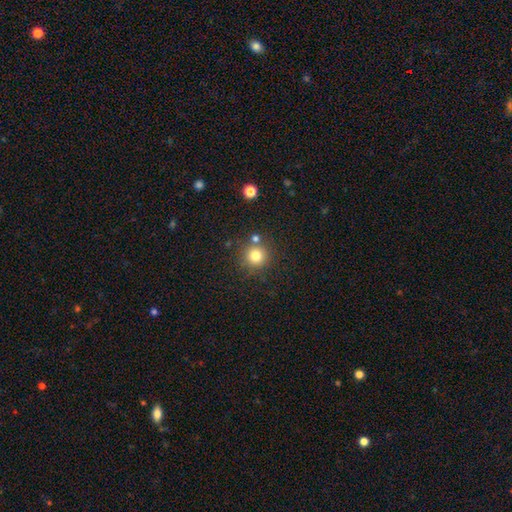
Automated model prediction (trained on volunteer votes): This appears to be a smooth galaxy with no disk features (79%) that is round (94%). Merging: none (79%).